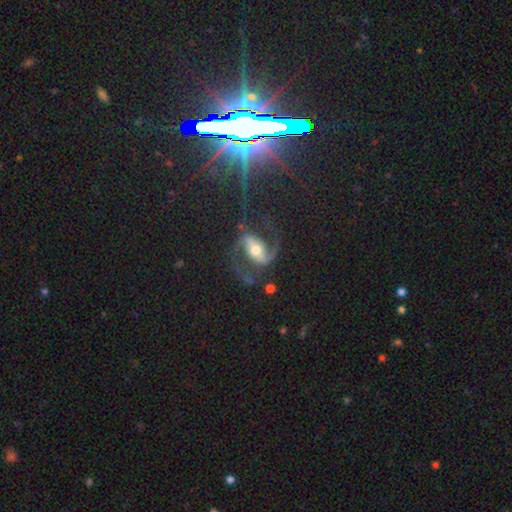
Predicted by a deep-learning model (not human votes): This is likely a featured or disk galaxy (77%). It is clearly not viewed edge-on (94%). Bar: marginally strong (42%). Spiral arm pattern: clearly yes (94%). Spiral arm count: clearly 2 (89%). Spiral winding: possibly medium (51%). Central bulge: possibly moderate (60%). Merging: likely none (66%).